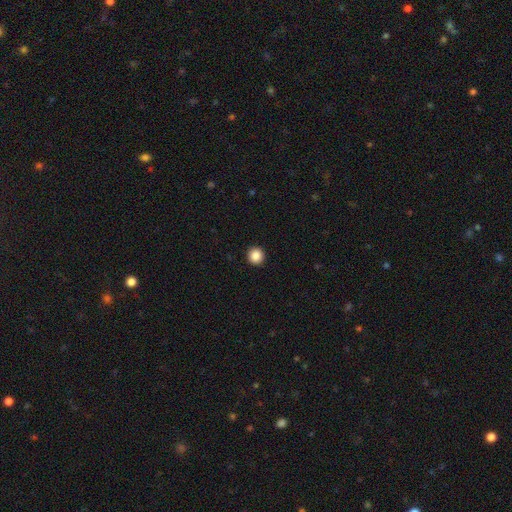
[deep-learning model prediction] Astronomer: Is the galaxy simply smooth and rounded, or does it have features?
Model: smooth — 87%.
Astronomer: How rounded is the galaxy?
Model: round — 95%.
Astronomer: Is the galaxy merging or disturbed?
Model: none — 94%.